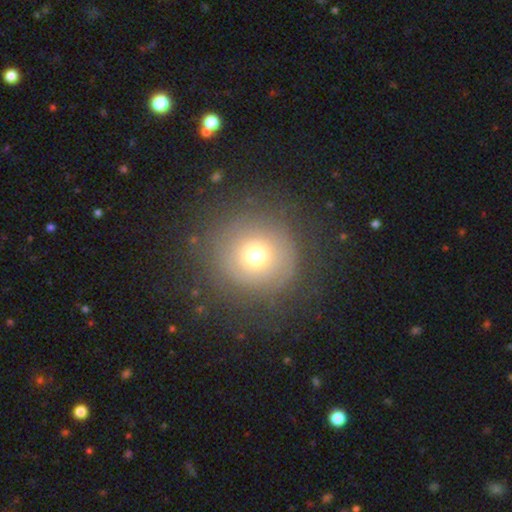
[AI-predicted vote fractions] A smooth galaxy with no disk features (62%) that is round (94%).

Vote fractions:
- Smooth or featured? smooth: 62% / featured or disk: 24% / star or artifact: 14%
- How rounded? round: 94% / in between: 5% / cigar-shaped: 1%
- Merging? none: 79% / minor disturbance: 12% / major disturbance: 8% / merger: 1%